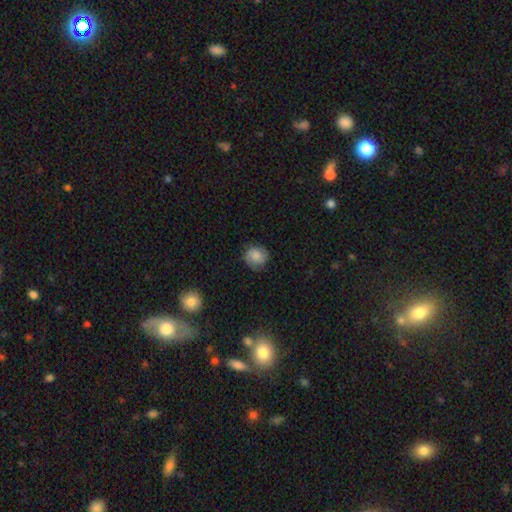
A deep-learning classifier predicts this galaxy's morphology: A smooth galaxy with no disk features (65%) that is round (83%). Merging: none (78%).